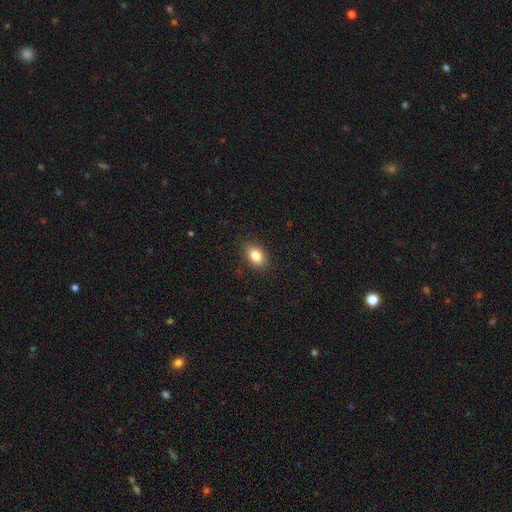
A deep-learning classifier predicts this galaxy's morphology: Smooth or featured: smooth — 83% (star or artifact — 9%)
How rounded: in between — 80% (round — 18%)
Merging: none — 87% (minor disturbance — 10%)